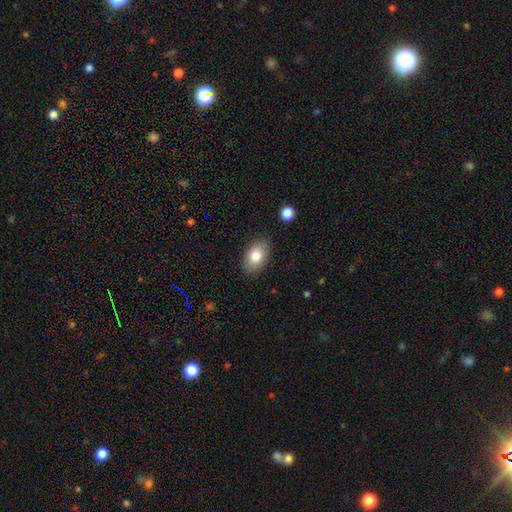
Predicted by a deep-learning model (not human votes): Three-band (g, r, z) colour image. It shows a smooth galaxy with no disk features (81%) that is in between round and cigar-shaped (89%). Merging: none (85%).